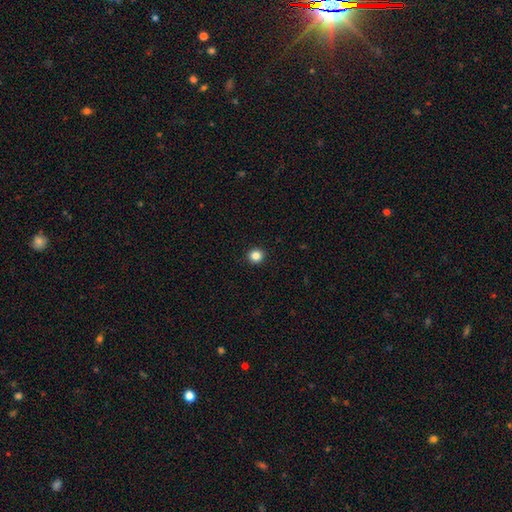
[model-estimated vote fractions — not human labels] This appears to be a smooth galaxy with no disk features (84%) that is round (94%). Merging: none (94%).